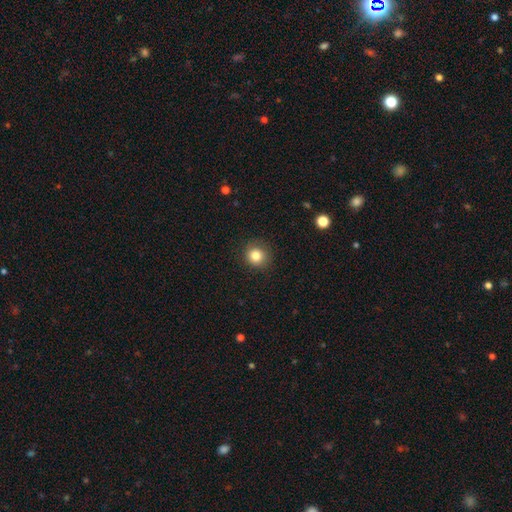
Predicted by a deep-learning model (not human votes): Smooth or featured? Predicted: smooth (p=0.83). How rounded? Predicted: round (p=0.89). Merging? Predicted: none (p=0.88).